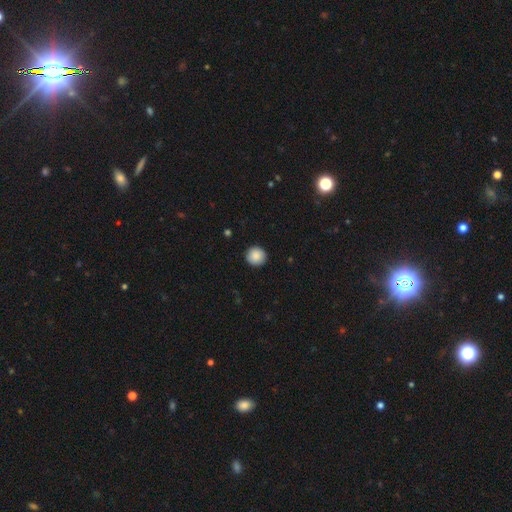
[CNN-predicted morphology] Smooth or featured: smooth — 89% (star or artifact — 8%)
How rounded: round — 93% (in between — 6%)
Merging: none — 92% (minor disturbance — 6%)